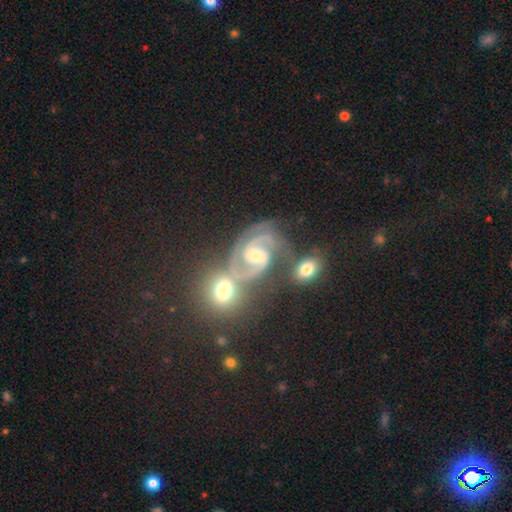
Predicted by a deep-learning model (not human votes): smooth_or_featured: featured or disk (p=0.90) [alt: star or artifact p=0.06]
disk_edge_on: no (p=0.98) [alt: yes p=0.02]
bar: weak (p=0.47) [alt: no p=0.33]
has_spiral_arms: yes (p=0.98) [alt: no p=0.02]
spiral_winding: medium (p=0.57) [alt: tight p=0.34]
spiral_arm_count: 2 (p=0.91) [alt: 3 p=0.03]
bulge_size: moderate (p=0.62) [alt: small p=0.26]
merging: none (p=0.44) [alt: merger p=0.33]